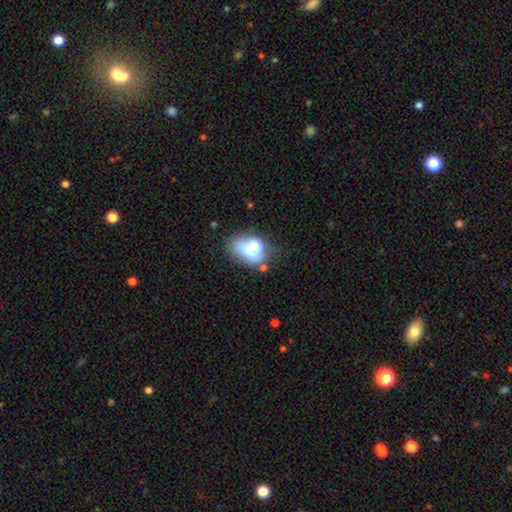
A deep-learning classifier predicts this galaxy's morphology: Smooth or featured: smooth — 62% (star or artifact — 19%)
How rounded: in between — 63% (round — 36%)
Merging: none — 51% (minor disturbance — 20%)